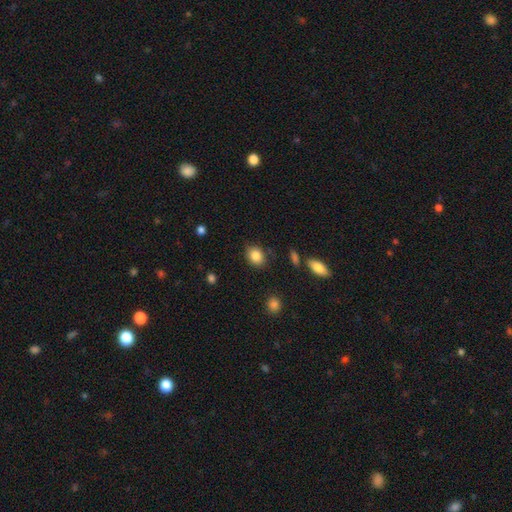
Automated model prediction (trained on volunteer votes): smooth_or_featured: smooth (p=0.85) [alt: star or artifact p=0.09]
how_rounded: in between (p=0.53) [alt: round p=0.46]
merging: none (p=0.81) [alt: minor disturbance p=0.13]